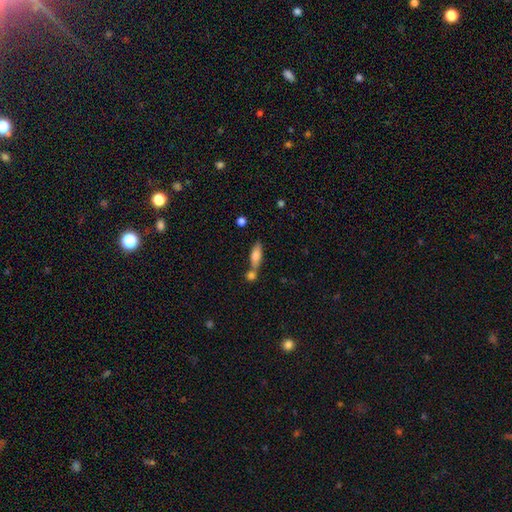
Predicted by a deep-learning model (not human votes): smooth-or-featured: smooth: 72% | featured or disk: 21% | star or artifact: 7%
  how-rounded: in between: 55% | cigar-shaped: 42% | round: 3%
  merging: none: 45% | merger: 39% | minor disturbance: 12% | major disturbance: 4%